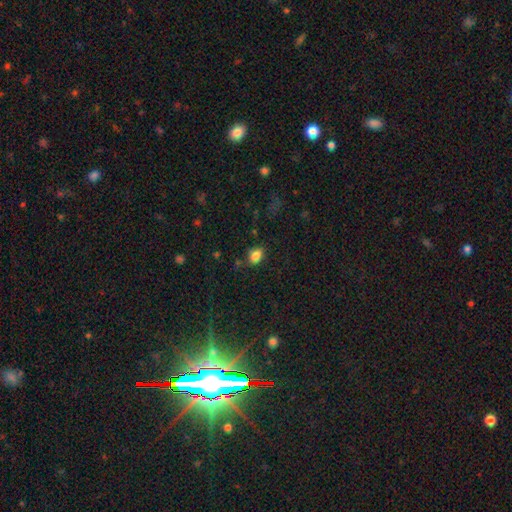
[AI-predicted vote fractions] smooth-or-featured: smooth: 84% | star or artifact: 11% | featured or disk: 6%
  how-rounded: in between: 72% | round: 27% | cigar-shaped: 1%
  merging: none: 76% | minor disturbance: 16% | major disturbance: 4% | merger: 4%